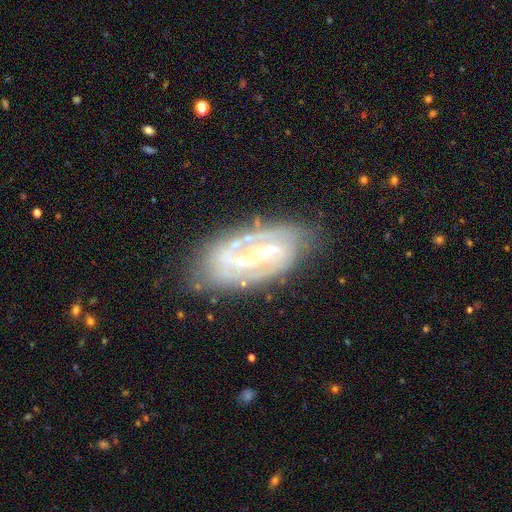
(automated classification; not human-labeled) featured or disk 84%, smooth 9%, star or artifact 7%. Down the decision tree: edge-on disk — no (93%); bar — strong (70%); spiral arms — yes (86%); spiral arm count — 2 (75%); spiral winding — medium (42%); bulge size — small (44%); merging — none (73%).